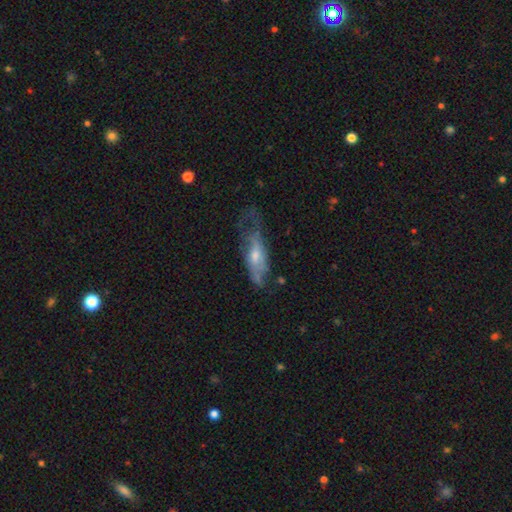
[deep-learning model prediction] smooth_or_featured: featured or disk (p=0.55) [alt: smooth p=0.37]
disk_edge_on: no (p=0.72) [alt: yes p=0.28]
merging: none (p=0.38) [alt: major disturbance p=0.31]